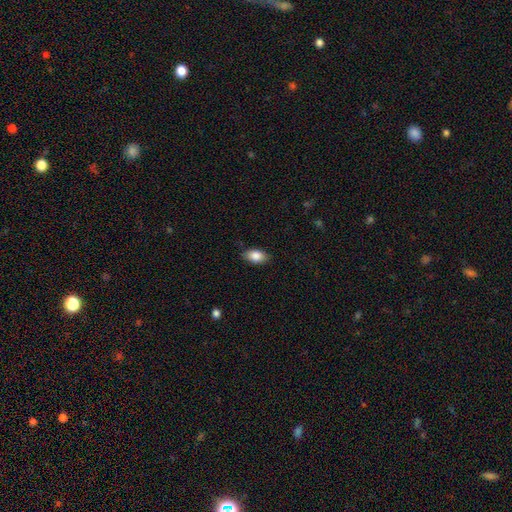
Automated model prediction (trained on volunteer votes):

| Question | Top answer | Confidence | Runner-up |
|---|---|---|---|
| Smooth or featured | smooth | 86% | star or artifact (7%) |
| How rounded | in between | 91% | round (6%) |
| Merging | none | 84% | minor disturbance (12%) |